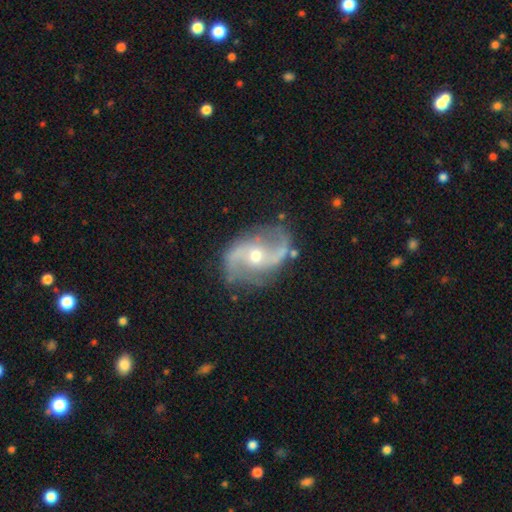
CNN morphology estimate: Smooth or featured: featured or disk — 90% (star or artifact — 5%)
Edge-on disk: no — 97% (yes — 3%)
Bar: no — 48% (weak — 35%)
Spiral arms: yes — 97% (no — 3%)
Spiral winding: loose — 52% (medium — 39%)
Spiral arm count: 2 — 94% (can't tell — 2%)
Bulge size: moderate — 58% (small — 38%)
Merging: none — 80% (minor disturbance — 13%)